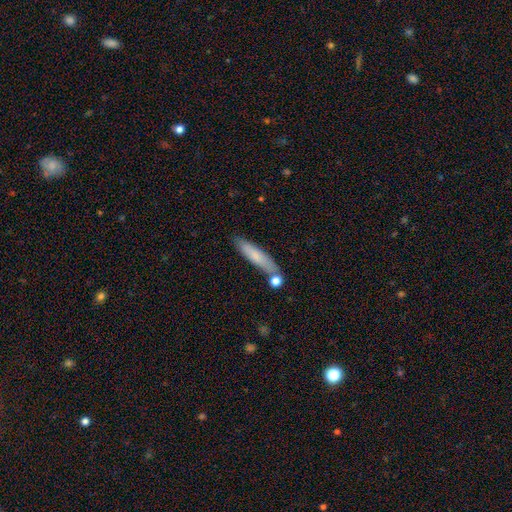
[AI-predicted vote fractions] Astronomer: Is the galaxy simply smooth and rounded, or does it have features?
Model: smooth — 73%.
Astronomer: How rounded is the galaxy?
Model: cigar-shaped — 86%.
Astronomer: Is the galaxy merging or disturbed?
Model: none — 74%.